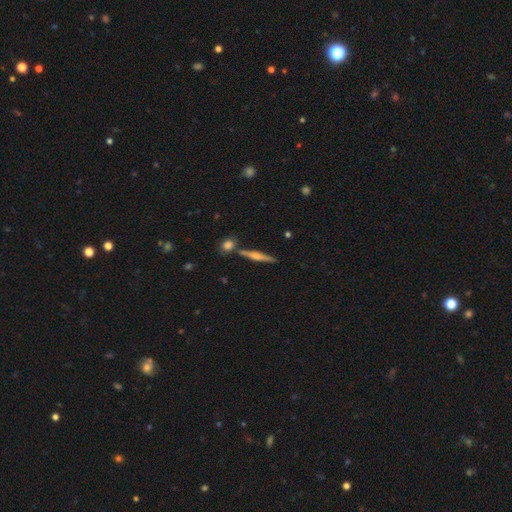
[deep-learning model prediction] A featured or disk galaxy (61%) viewed edge-on (97%) with a rounded central bulge (64%).

Vote fractions:
- Smooth or featured? featured or disk: 61% / smooth: 32% / star or artifact: 7%
- Edge-on disk? yes: 97% / no: 3%
- Edge-on bulge? rounded: 64% / none: 21% / boxy: 15%
- Merging? none: 83% / merger: 8% / minor disturbance: 8% / major disturbance: 2%